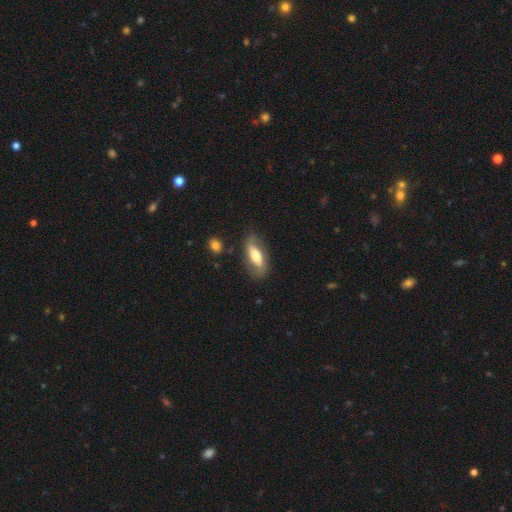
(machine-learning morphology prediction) This appears to be a featured or disk galaxy (48%). Merging: none (72%).